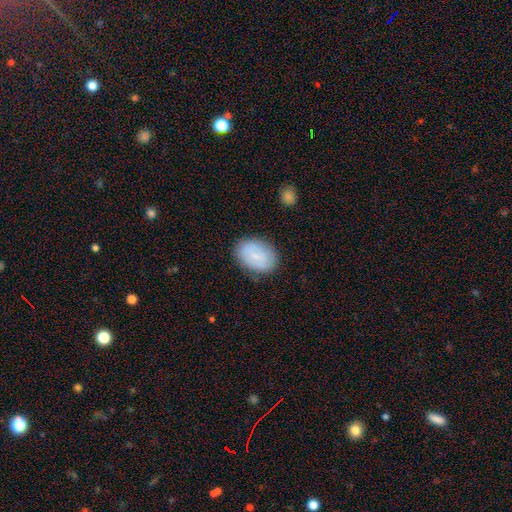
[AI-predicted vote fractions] smooth 65%, featured or disk 27%, star or artifact 8%. Down the decision tree: how rounded — in between (78%); merging — none (83%).